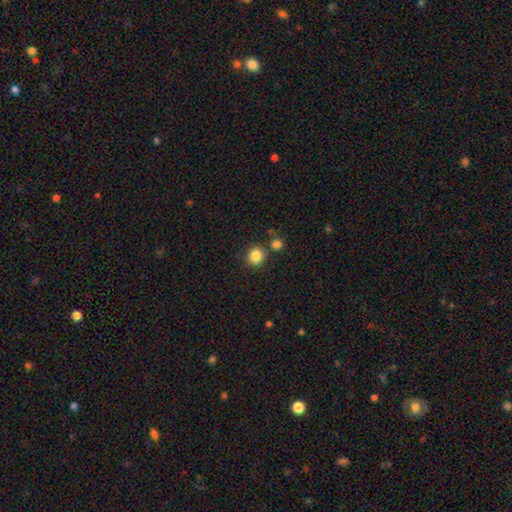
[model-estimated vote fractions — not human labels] The model was most divided on "merging": none: 79%, merger: 10%, minor disturbance: 8%, major disturbance: 3%. More confident: how rounded — round (89%); smooth or featured — smooth (85%).